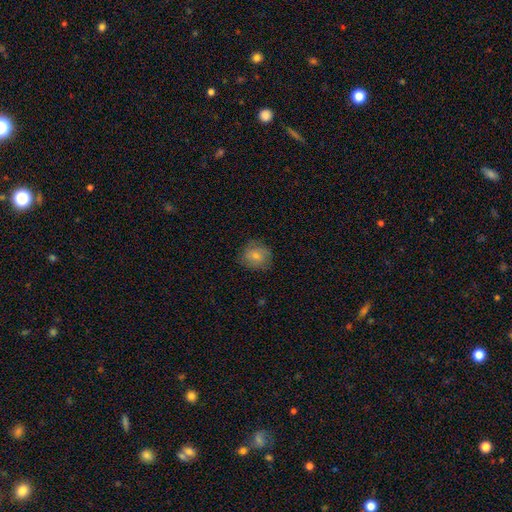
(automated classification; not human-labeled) Smooth or featured? Predicted: smooth (p=0.65). How rounded? Predicted: round (p=0.79). Merging? Predicted: none (p=0.78).